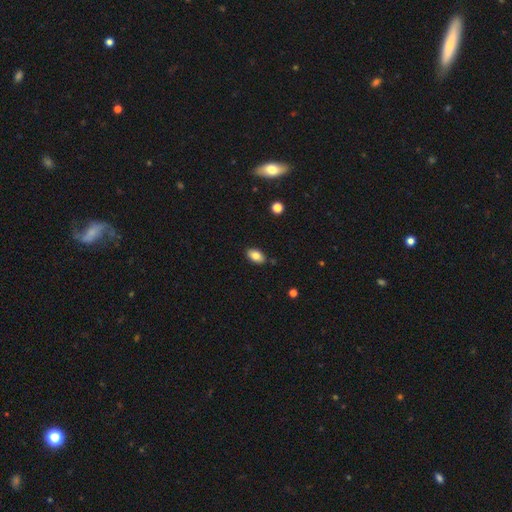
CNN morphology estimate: The model was most divided on "smooth or featured": smooth: 82%, featured or disk: 10%, star or artifact: 8%. More confident: how rounded — in between (92%); merging — none (84%).